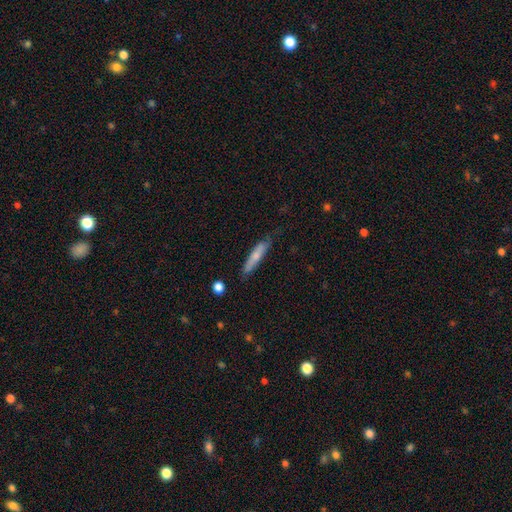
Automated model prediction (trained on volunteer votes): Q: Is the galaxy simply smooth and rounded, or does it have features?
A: smooth — 66%.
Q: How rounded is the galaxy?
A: cigar-shaped — 89%.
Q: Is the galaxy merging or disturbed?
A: none — 75%.